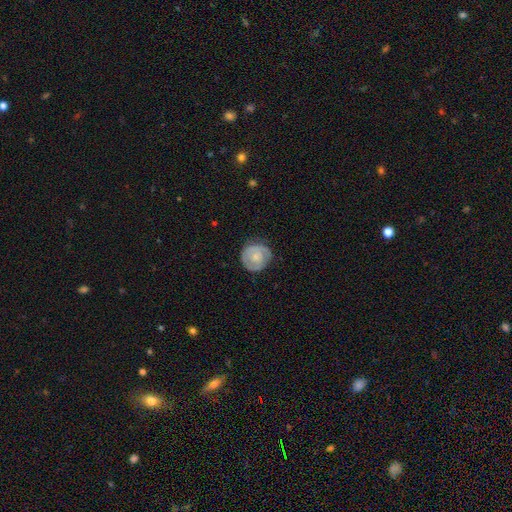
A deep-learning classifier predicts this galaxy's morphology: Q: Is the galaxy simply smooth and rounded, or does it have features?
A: featured or disk — 55%.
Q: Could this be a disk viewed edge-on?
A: no — 98%.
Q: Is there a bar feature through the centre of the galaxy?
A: no — 78%.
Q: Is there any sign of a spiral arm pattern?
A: yes — 71%.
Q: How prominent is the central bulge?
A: small — 53%.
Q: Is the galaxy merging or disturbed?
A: none — 72%.